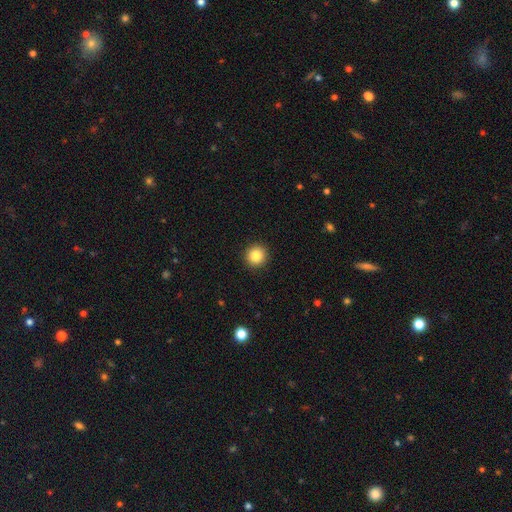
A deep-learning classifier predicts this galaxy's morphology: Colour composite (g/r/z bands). It shows a smooth galaxy with no disk features (85%) that is round (94%). Merging: none (93%).